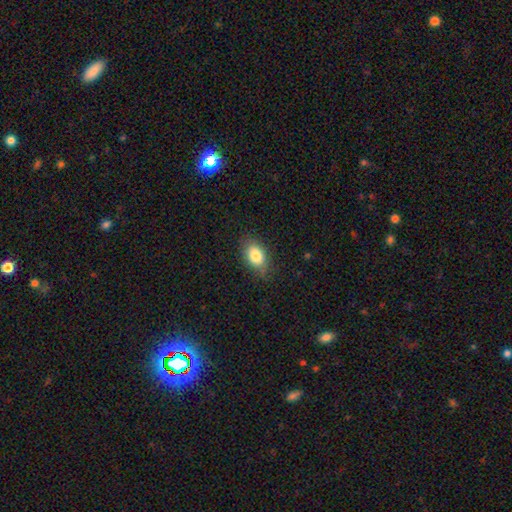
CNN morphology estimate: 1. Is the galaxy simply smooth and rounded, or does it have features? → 82% smooth, 10% featured or disk, 8% star or artifact.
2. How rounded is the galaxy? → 86% in between, 12% round, 2% cigar-shaped.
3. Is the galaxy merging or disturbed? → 80% none, 16% minor disturbance, 4% major disturbance, 1% merger.